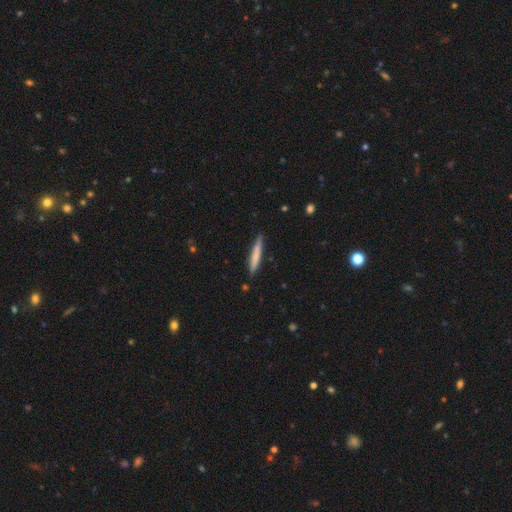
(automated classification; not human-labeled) This is likely a smooth galaxy (67%). How rounded: clearly cigar-shaped (94%). Merging: clearly none (86%).